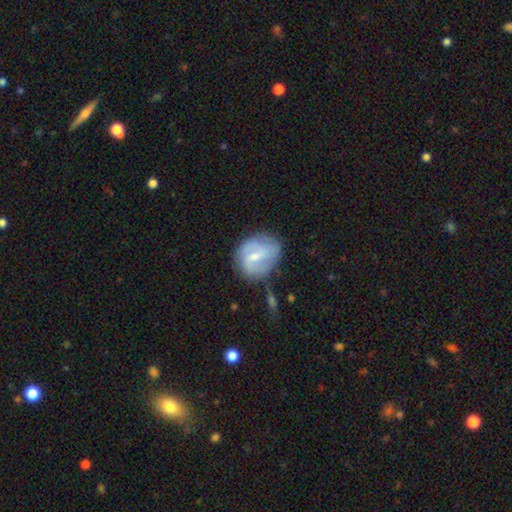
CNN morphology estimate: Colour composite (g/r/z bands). It shows a featured or disk galaxy (65%) with a weak bar (59%), 2 (66%) medium (43%) spiral arms (84%) and a small central bulge (55%). Merging: none (64%).